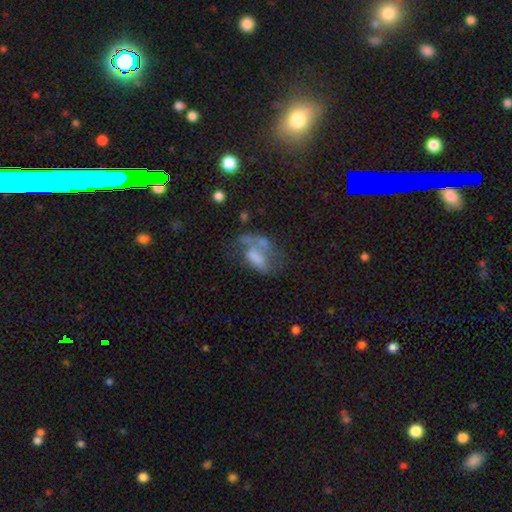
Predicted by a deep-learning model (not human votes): A featured or disk galaxy (46%). Merging: major disturbance (39%).